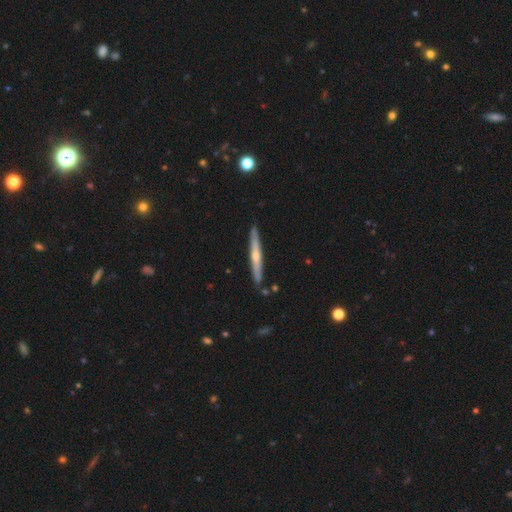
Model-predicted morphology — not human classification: Overall: featured or disk (70%). Edge-on disk: yes (96%). Edge-on bulge: rounded (77%). Merging: none (85%).